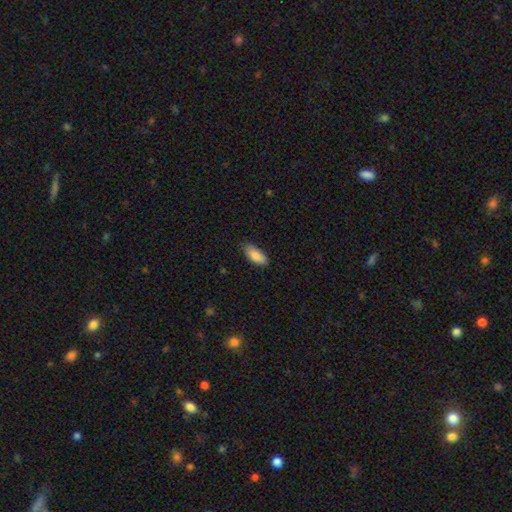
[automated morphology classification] This appears to be a smooth galaxy with no disk features (87%) that is in between round and cigar-shaped (87%). Merging: none (80%).